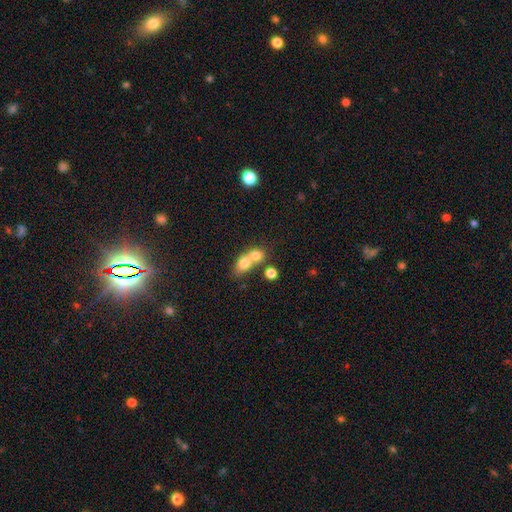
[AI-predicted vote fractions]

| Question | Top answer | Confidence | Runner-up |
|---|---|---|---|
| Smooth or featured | smooth | 74% | featured or disk (15%) |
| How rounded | round | 58% | in between (39%) |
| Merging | merger | 66% | none (25%) |